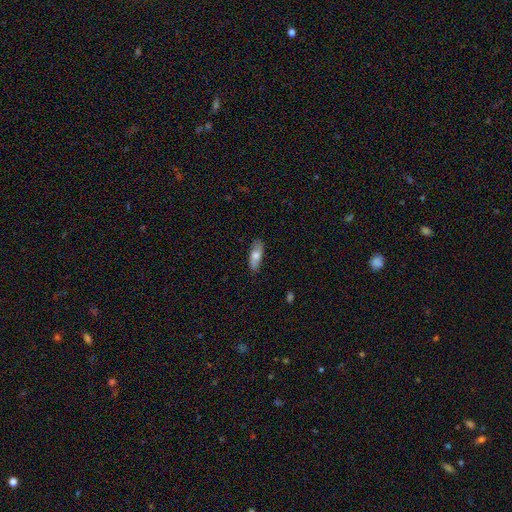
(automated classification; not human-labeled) smooth-or-featured: smooth: 69% | featured or disk: 25% | star or artifact: 6%
  how-rounded: in between: 64% | cigar-shaped: 34% | round: 3%
  merging: none: 82% | minor disturbance: 14% | major disturbance: 3% | merger: 1%